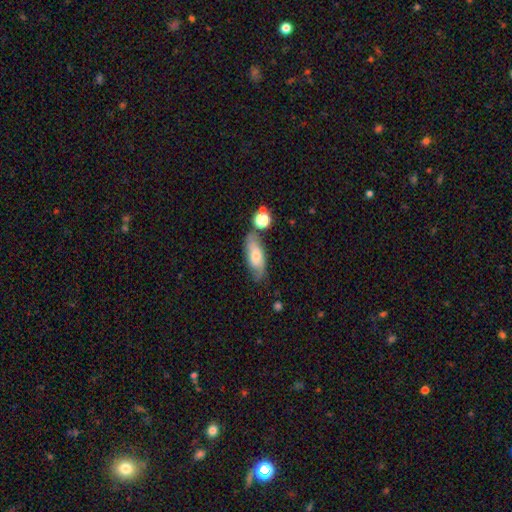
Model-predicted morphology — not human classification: Smooth or featured: smooth — 56% (featured or disk — 36%)
How rounded: in between — 73% (cigar-shaped — 24%)
Merging: none — 64% (minor disturbance — 21%)